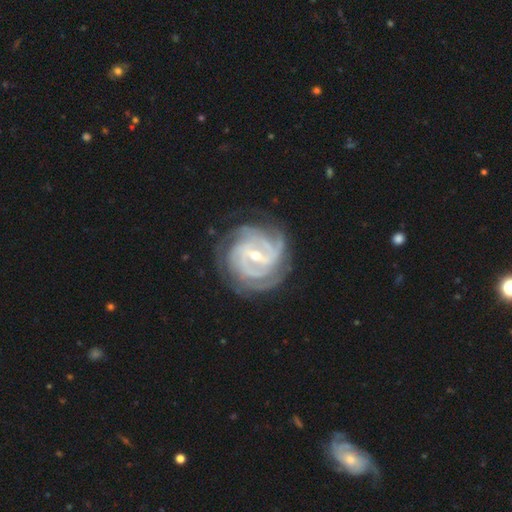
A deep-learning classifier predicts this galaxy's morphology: Smooth or featured? featured or disk (91%)
Edge-on disk? no (97%)
Bar? strong (44%)
Spiral arms? yes (97%)
Spiral winding? tight (69%)
Spiral arm count? 4 (28%)
Bulge size? small (54%)
Merging? none (77%)